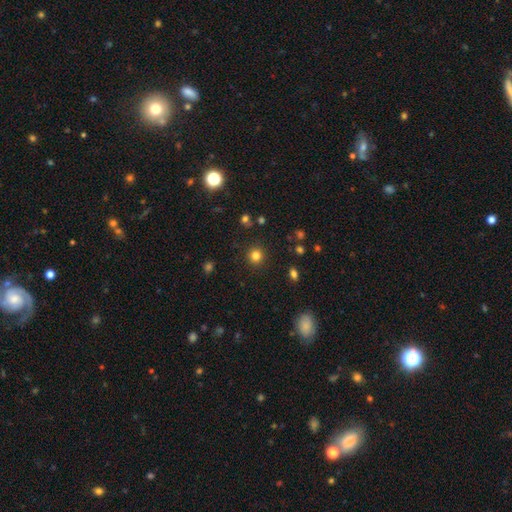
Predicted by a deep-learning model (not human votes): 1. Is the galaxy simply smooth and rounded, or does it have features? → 81% smooth, 14% star or artifact, 5% featured or disk.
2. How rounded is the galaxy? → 93% round, 6% in between, 1% cigar-shaped.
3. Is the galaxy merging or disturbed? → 90% none, 6% minor disturbance, 2% major disturbance, 1% merger.